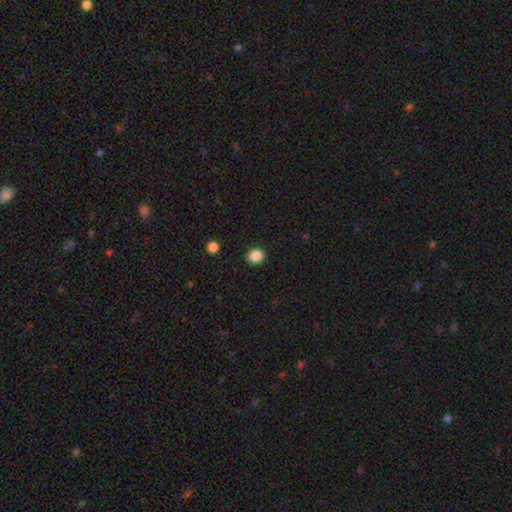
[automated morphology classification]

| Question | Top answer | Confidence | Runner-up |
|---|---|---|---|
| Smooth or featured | smooth | 86% | star or artifact (11%) |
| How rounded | round | 84% | in between (15%) |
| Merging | none | 91% | minor disturbance (6%) |